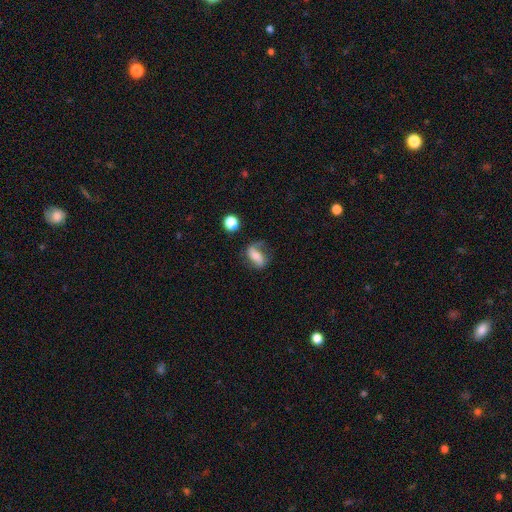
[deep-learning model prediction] The model was most divided on "smooth or featured": featured or disk: 47%, smooth: 43%, star or artifact: 10%. More confident: merging — none (52%).